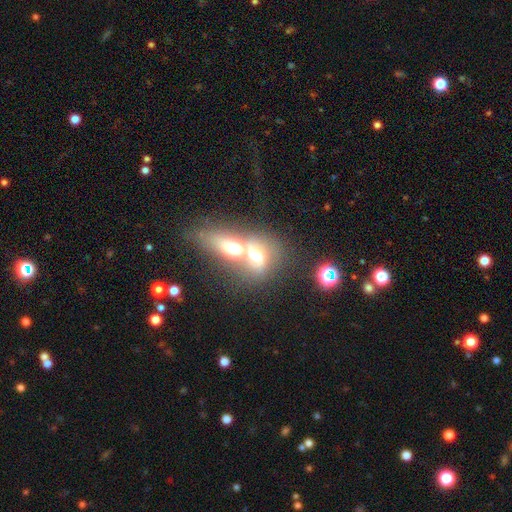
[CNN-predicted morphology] smooth 55%, featured or disk 32%, star or artifact 12%. Down the decision tree: how rounded — in between (59%); merging — merger (73%).